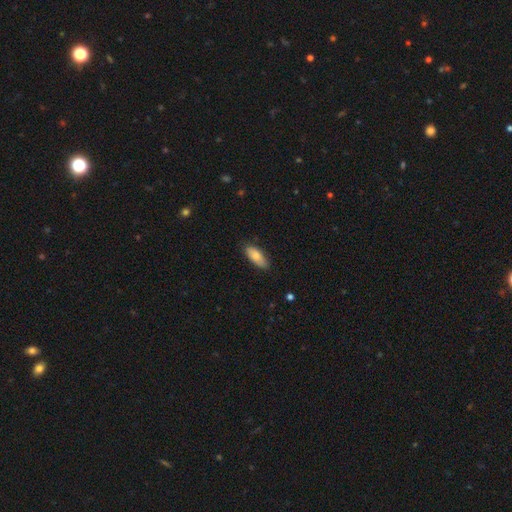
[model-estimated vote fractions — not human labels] The model was most divided on "smooth or featured": smooth: 78%, featured or disk: 16%, star or artifact: 6%. More confident: merging — none (81%); how rounded — in between (80%).